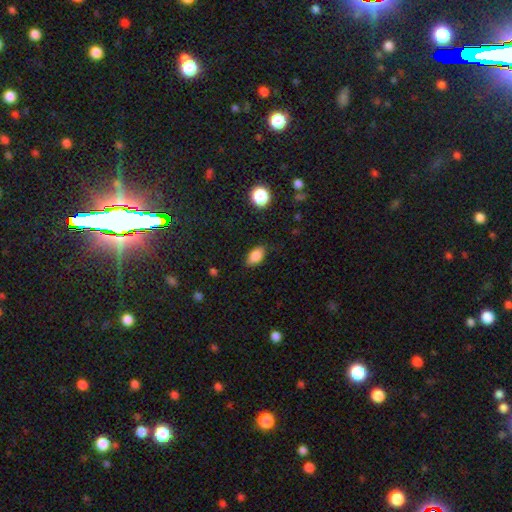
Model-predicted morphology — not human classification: This appears to be a smooth galaxy with no disk features (85%) that is in between round and cigar-shaped (88%). Merging: none (79%).